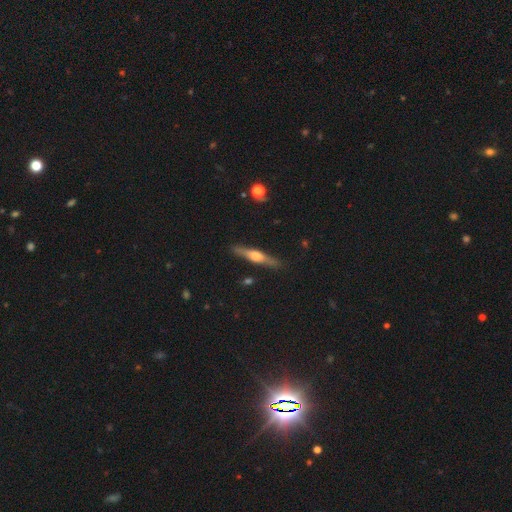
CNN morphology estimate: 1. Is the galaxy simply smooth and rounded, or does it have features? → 69% featured or disk, 26% smooth, 6% star or artifact.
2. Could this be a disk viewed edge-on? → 97% yes, 3% no.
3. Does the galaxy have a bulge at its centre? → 87% rounded, 10% boxy, 4% none.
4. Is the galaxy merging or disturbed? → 89% none, 8% minor disturbance, 2% major disturbance, 1% merger.